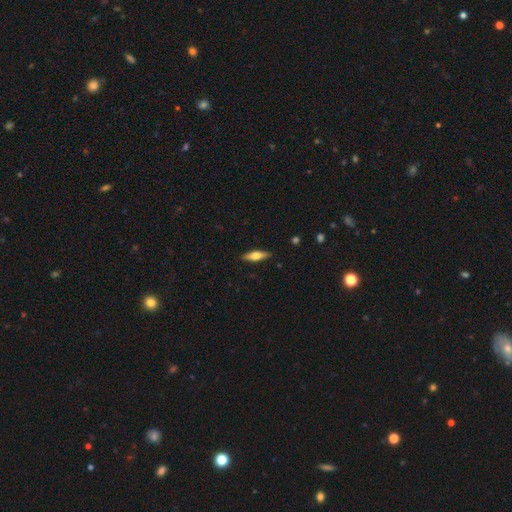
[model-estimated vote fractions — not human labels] Smooth or featured: smooth — 54% (featured or disk — 40%)
How rounded: cigar-shaped — 57% (in between — 40%)
Merging: none — 89% (minor disturbance — 8%)